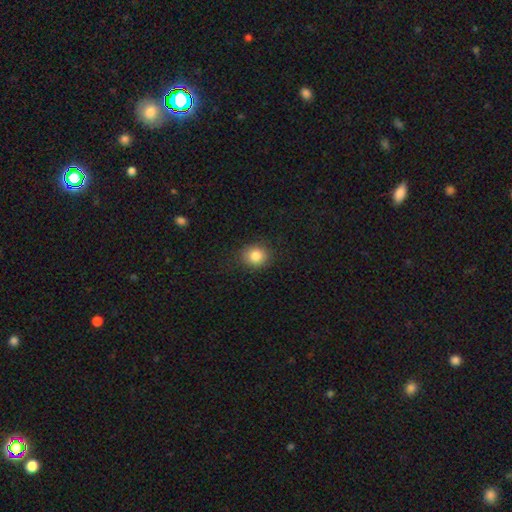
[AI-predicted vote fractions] A smooth galaxy with no disk features (84%) that is round (76%).

Vote fractions:
- Smooth or featured? smooth: 84% / star or artifact: 10% / featured or disk: 6%
- How rounded? round: 76% / in between: 24% / cigar-shaped: 1%
- Merging? none: 87% / minor disturbance: 9% / major disturbance: 3% / merger: 1%